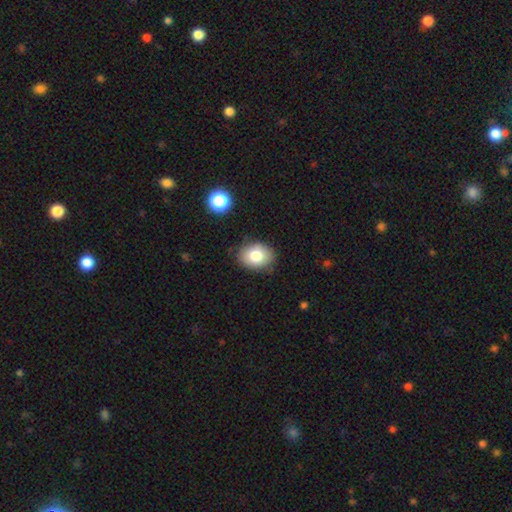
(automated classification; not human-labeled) Smooth or featured?
  - smooth: 79% *
  - featured or disk: 11%
  - star or artifact: 9%
How rounded?
  - in between: 61% *
  - round: 38%
  - cigar-shaped: 1%
Merging?
  - none: 83% *
  - minor disturbance: 13%
  - major disturbance: 3%
  - merger: 2%